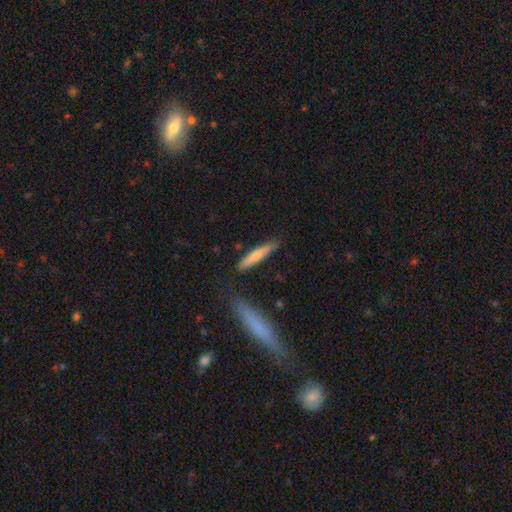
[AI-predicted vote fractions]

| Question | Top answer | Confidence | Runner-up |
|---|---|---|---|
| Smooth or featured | smooth | 69% | featured or disk (25%) |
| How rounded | cigar-shaped | 88% | in between (10%) |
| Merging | none | 81% | minor disturbance (13%) |